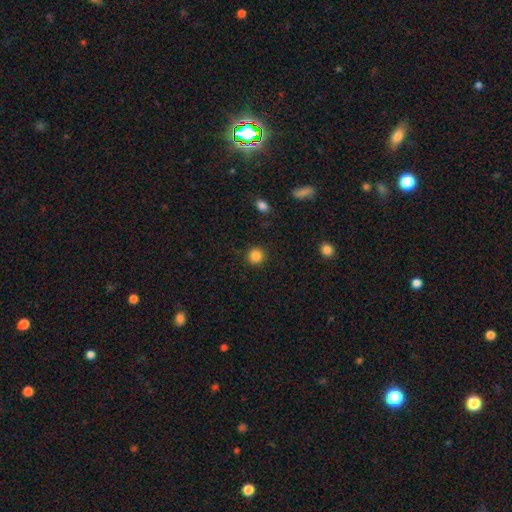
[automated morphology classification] smooth-or-featured: smooth: 86% | star or artifact: 11% | featured or disk: 4%
  how-rounded: round: 93% | in between: 6% | cigar-shaped: 1%
  merging: none: 91% | minor disturbance: 5% | major disturbance: 2% | merger: 1%